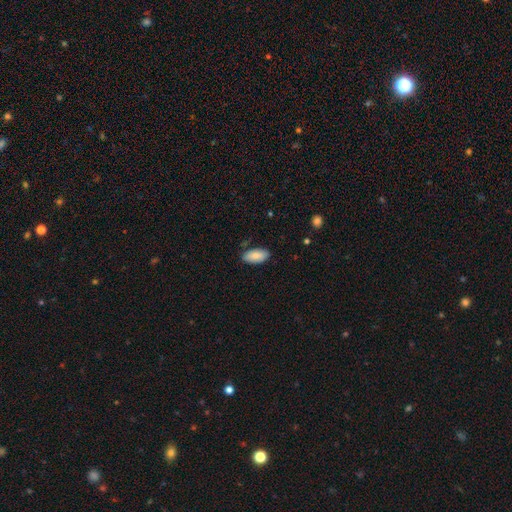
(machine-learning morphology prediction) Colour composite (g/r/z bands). It shows a smooth galaxy with no disk features (85%) that is in between round and cigar-shaped (94%). Merging: none (82%).